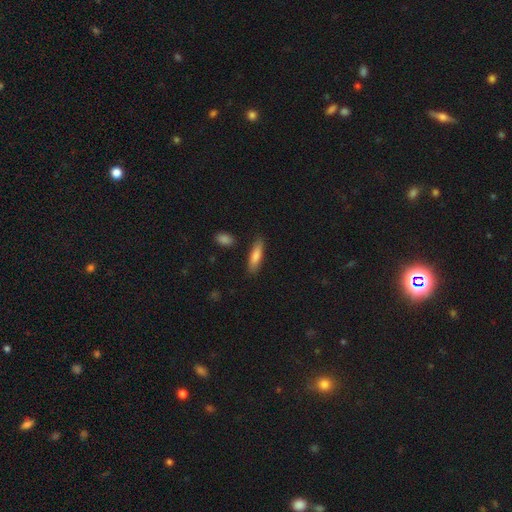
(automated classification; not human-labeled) smooth 81%, featured or disk 13%, star or artifact 6%. Down the decision tree: how rounded — cigar-shaped (65%); merging — none (85%).